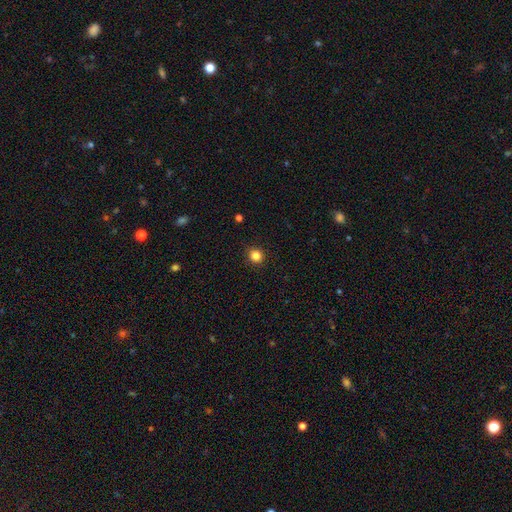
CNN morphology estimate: smooth-or-featured: smooth: 83% | star or artifact: 12% | featured or disk: 4%
  how-rounded: round: 89% | in between: 10% | cigar-shaped: 1%
  merging: none: 92% | minor disturbance: 5% | major disturbance: 2% | merger: 1%